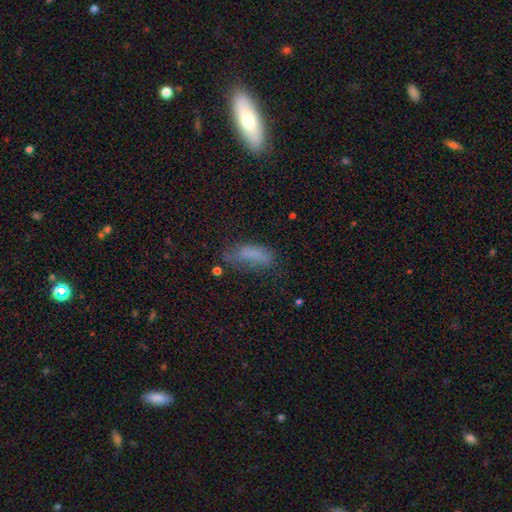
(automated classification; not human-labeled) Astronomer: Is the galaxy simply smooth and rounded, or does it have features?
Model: smooth — 67%.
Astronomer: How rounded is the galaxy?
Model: in between — 64%.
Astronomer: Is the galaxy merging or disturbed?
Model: none — 39% (runner-up: minor disturbance, 32%).